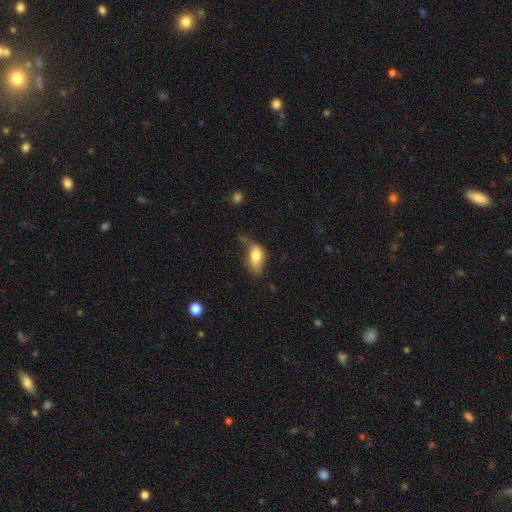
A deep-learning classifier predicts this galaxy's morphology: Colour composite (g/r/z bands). It shows a smooth galaxy with no disk features (64%) that is in between round and cigar-shaped (87%). Merging: major disturbance (33%).